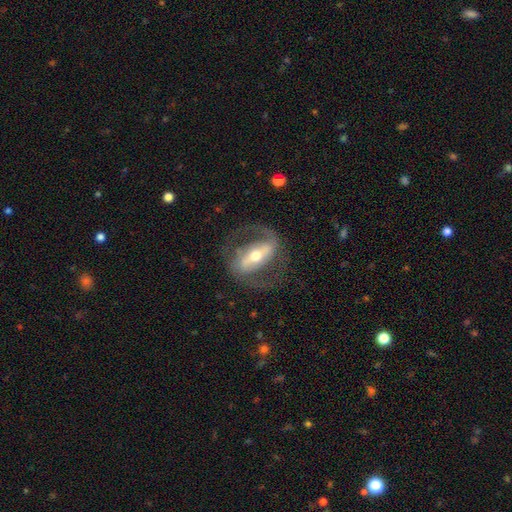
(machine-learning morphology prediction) Smooth or featured? featured or disk (86%)
Edge-on disk? no (92%)
Bar? strong (67%)
Spiral arms? yes (88%)
Spiral winding? medium (53%)
Spiral arm count? 2 (88%)
Bulge size? moderate (60%)
Merging? none (74%)